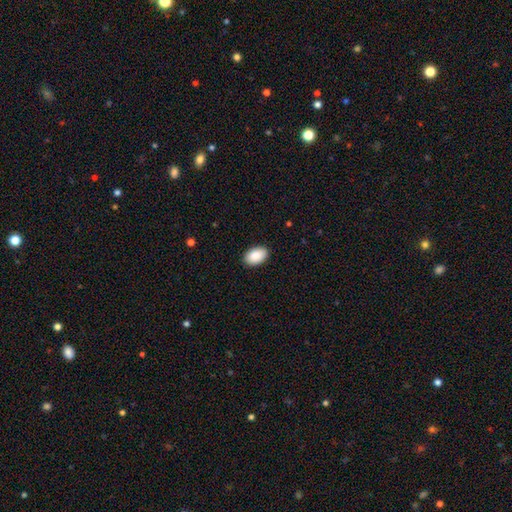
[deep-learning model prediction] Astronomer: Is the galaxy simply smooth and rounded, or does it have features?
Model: smooth — 91%.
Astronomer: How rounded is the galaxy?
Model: in between — 93%.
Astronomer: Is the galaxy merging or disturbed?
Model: none — 90%.